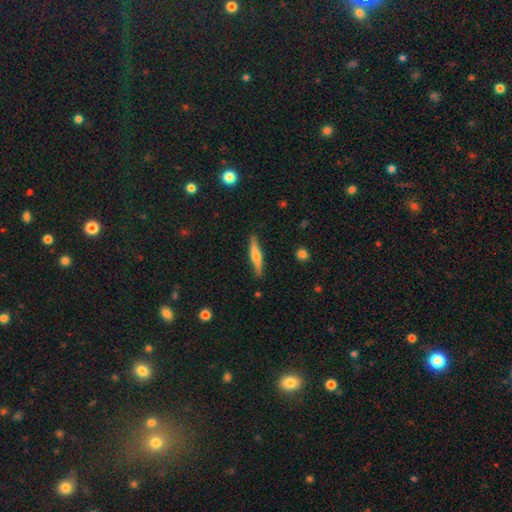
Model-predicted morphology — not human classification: smooth_or_featured: smooth (p=0.49) [alt: featured or disk p=0.44]
merging: none (p=0.88) [alt: minor disturbance p=0.09]